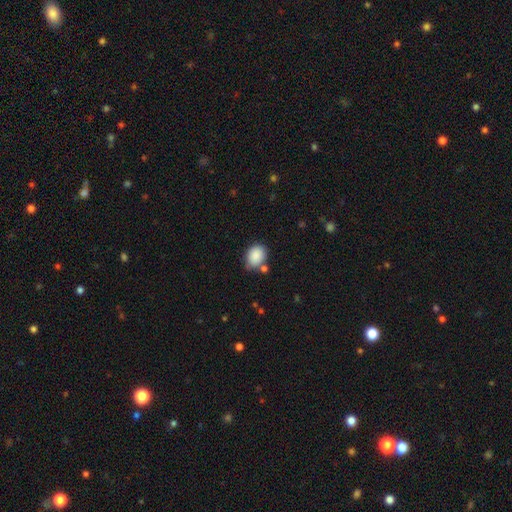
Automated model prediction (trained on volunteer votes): Smooth or featured?
  - smooth: 88% *
  - star or artifact: 8%
  - featured or disk: 4%
How rounded?
  - in between: 61% *
  - round: 38%
  - cigar-shaped: 1%
Merging?
  - none: 68% *
  - minor disturbance: 18%
  - merger: 9%
  - major disturbance: 4%